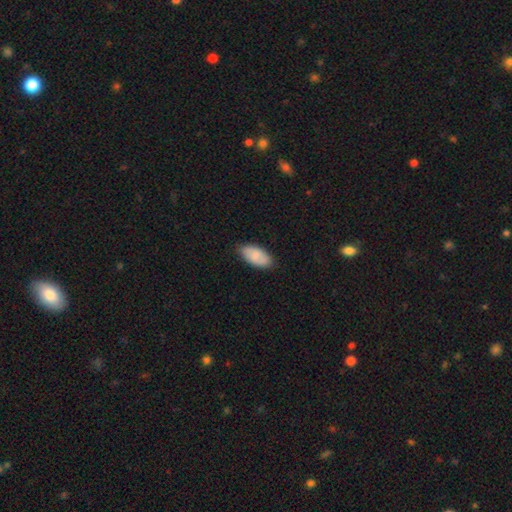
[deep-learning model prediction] The model was most divided on "smooth or featured": smooth: 80%, featured or disk: 14%, star or artifact: 6%. More confident: how rounded — in between (94%); merging — none (83%).